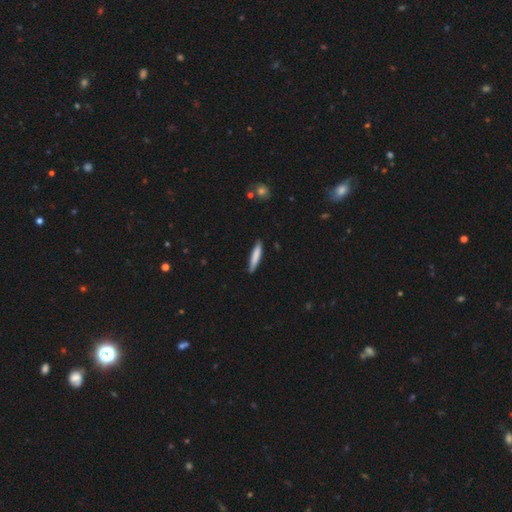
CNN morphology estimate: Overall: smooth (80%). How rounded: cigar-shaped (91%). Merging: none (87%).